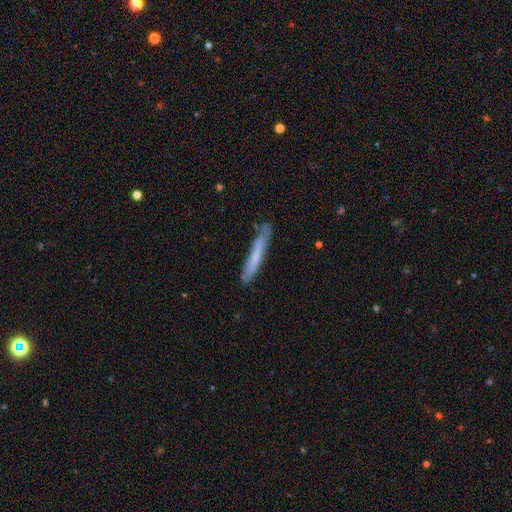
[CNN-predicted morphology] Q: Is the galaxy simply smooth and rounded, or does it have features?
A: smooth — 60%.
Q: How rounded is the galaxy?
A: cigar-shaped — 95%.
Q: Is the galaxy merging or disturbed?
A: none — 76%.